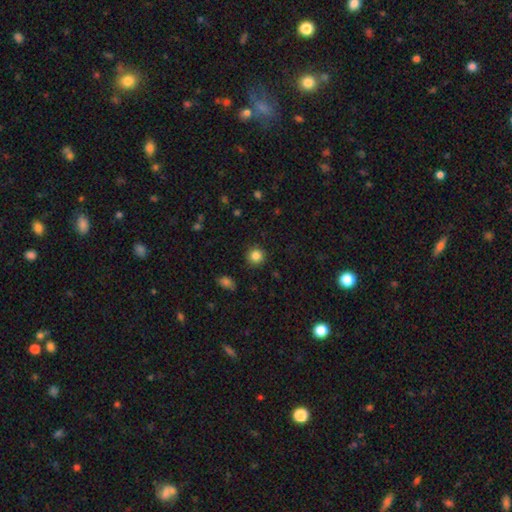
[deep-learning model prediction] Smooth or featured?
  - smooth: 85% *
  - star or artifact: 11%
  - featured or disk: 4%
How rounded?
  - round: 93% *
  - in between: 6%
  - cigar-shaped: 1%
Merging?
  - none: 90% *
  - minor disturbance: 7%
  - major disturbance: 2%
  - merger: 1%